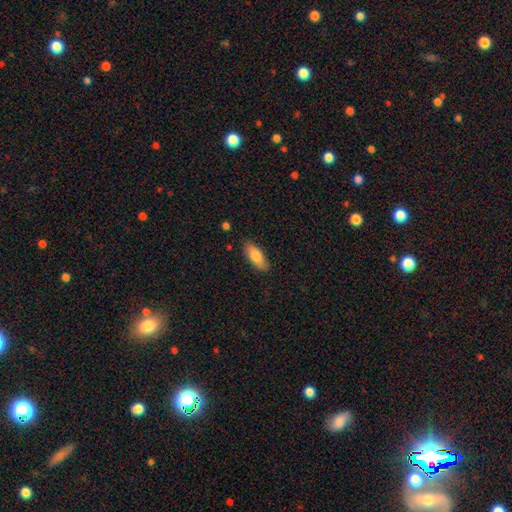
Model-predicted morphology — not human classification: smooth 80%, featured or disk 14%, star or artifact 6%. Down the decision tree: how rounded — in between (77%); merging — none (85%).